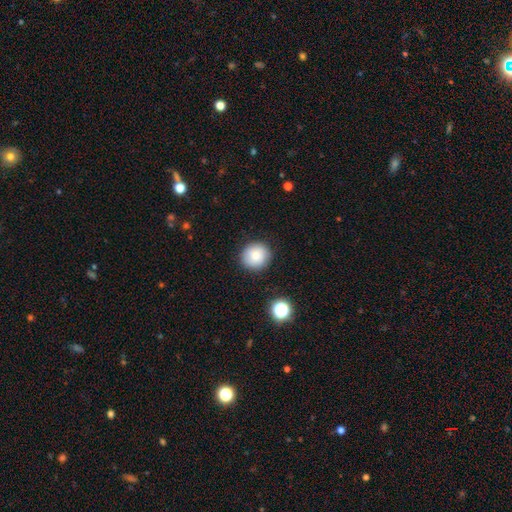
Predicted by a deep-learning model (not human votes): The model was most divided on "smooth or featured": smooth: 81%, star or artifact: 10%, featured or disk: 9%. More confident: how rounded — round (90%); merging — none (89%).